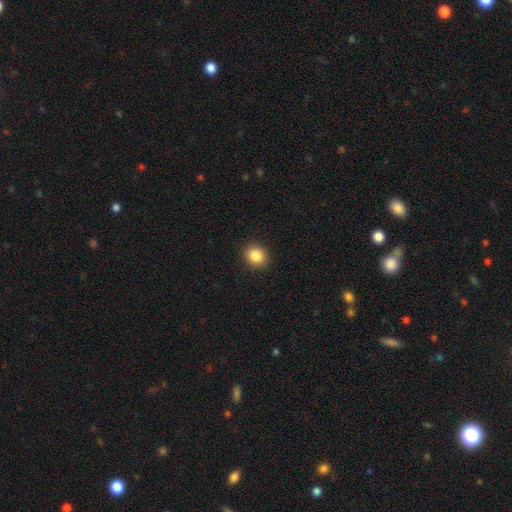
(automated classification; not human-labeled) Smooth or featured? smooth (86%)
How rounded? round (75%)
Merging? none (91%)